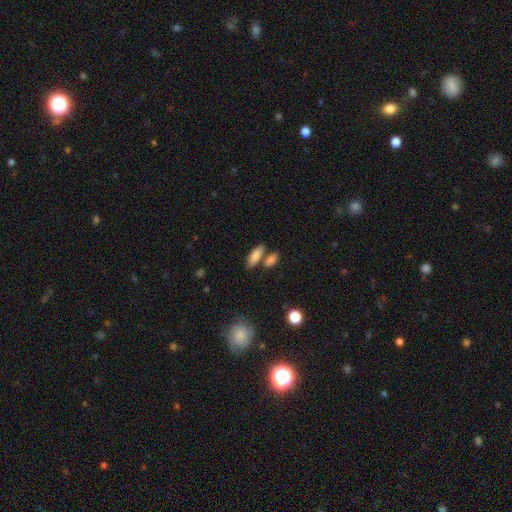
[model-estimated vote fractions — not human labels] Overall: smooth (81%). How rounded: in between (71%). Merging: none (60%; merger 25%).